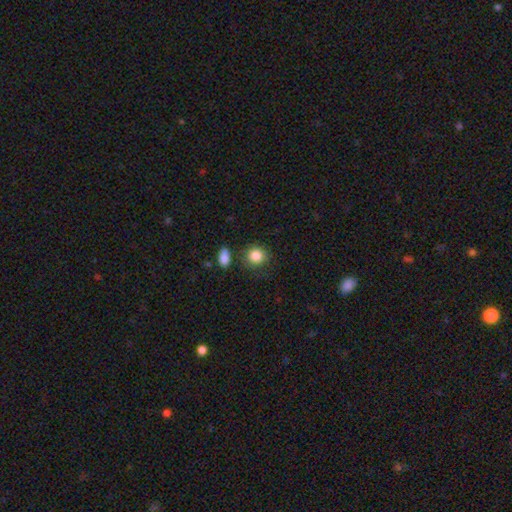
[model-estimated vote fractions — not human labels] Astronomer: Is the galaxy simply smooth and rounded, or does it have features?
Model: smooth — 86%.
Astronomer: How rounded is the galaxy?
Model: round — 84%.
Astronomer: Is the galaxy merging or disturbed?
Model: none — 76%.